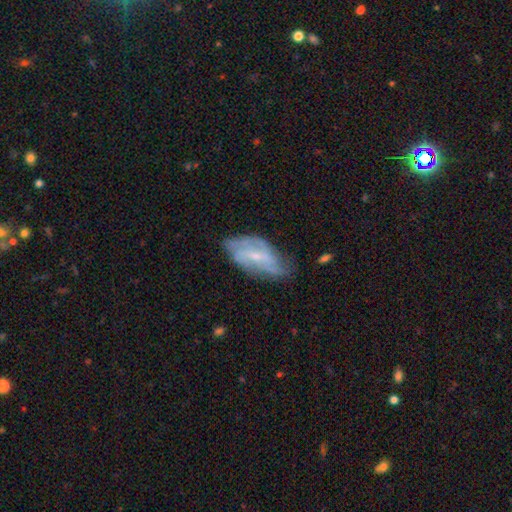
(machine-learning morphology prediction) Smooth or featured? Predicted: featured or disk (p=0.74). Edge-on disk? Predicted: no (p=0.93). Bar? Predicted: weak (p=0.49). Spiral arms? Predicted: yes (p=0.87). Spiral winding? Predicted: medium (p=0.44). Spiral arm count? Predicted: 2 (p=0.48). Bulge size? Predicted: small (p=0.63). Merging? Predicted: none (p=0.59).